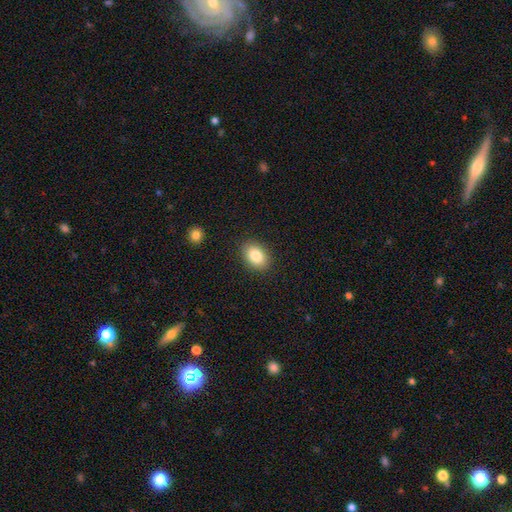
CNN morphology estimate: smooth 84%, featured or disk 8%, star or artifact 8%. Down the decision tree: how rounded — in between (79%); merging — none (88%).